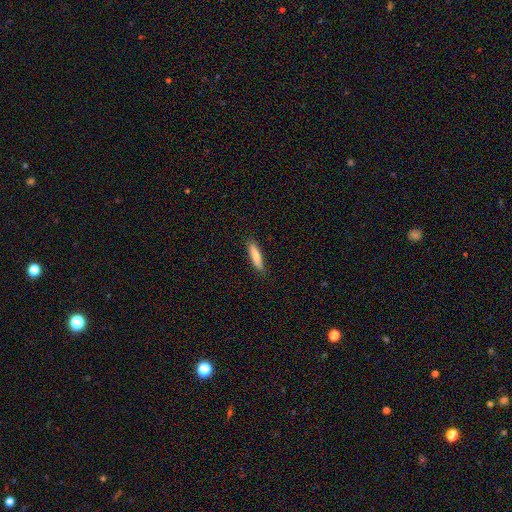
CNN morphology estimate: smooth-or-featured: smooth: 77% | featured or disk: 18% | star or artifact: 6%
  how-rounded: cigar-shaped: 74% | in between: 24% | round: 2%
  merging: none: 85% | minor disturbance: 12% | major disturbance: 2% | merger: 1%